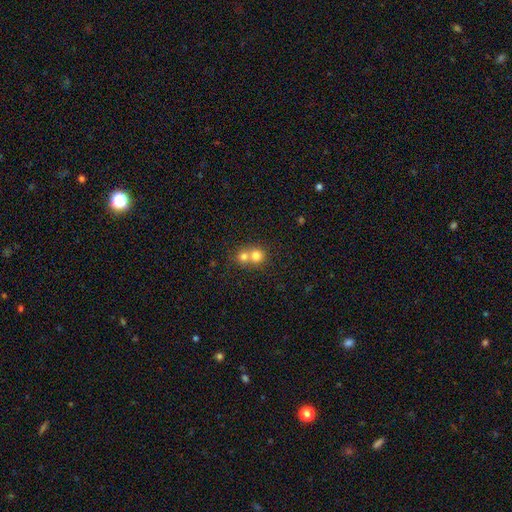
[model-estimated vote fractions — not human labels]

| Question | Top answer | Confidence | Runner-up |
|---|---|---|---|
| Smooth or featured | smooth | 76% | featured or disk (13%) |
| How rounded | round | 84% | in between (15%) |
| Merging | merger | 64% | none (30%) |